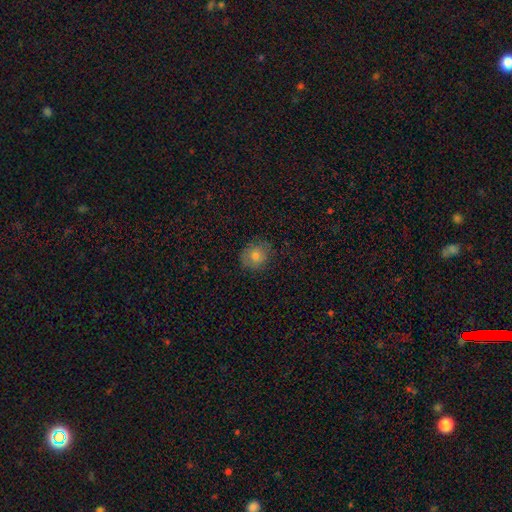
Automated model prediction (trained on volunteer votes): Smooth or featured?
  - smooth: 75% *
  - featured or disk: 14%
  - star or artifact: 12%
How rounded?
  - round: 74% *
  - in between: 25%
  - cigar-shaped: 1%
Merging?
  - none: 80% *
  - minor disturbance: 16%
  - major disturbance: 4%
  - merger: 1%